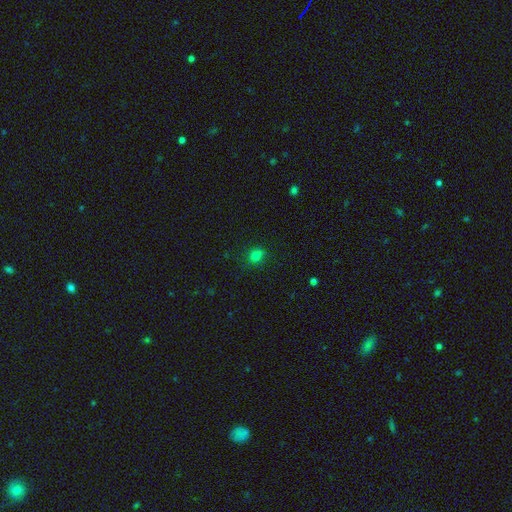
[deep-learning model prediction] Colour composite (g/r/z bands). It shows a smooth galaxy with no disk features (76%) that is round (64%). Merging: none (76%).